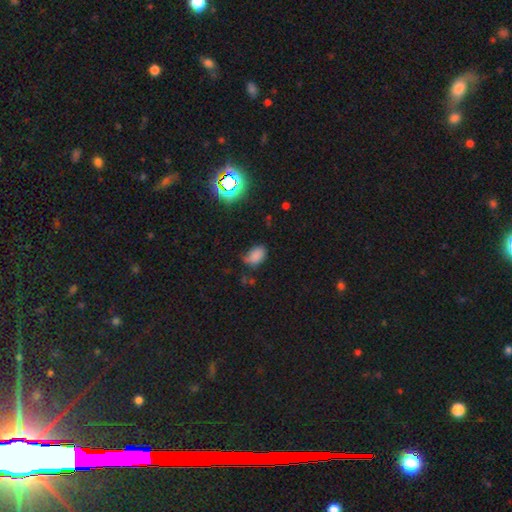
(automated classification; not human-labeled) The model was most divided on "merging": none: 55%, minor disturbance: 32%, major disturbance: 10%, merger: 3%. More confident: how rounded — in between (87%); smooth or featured — smooth (78%).